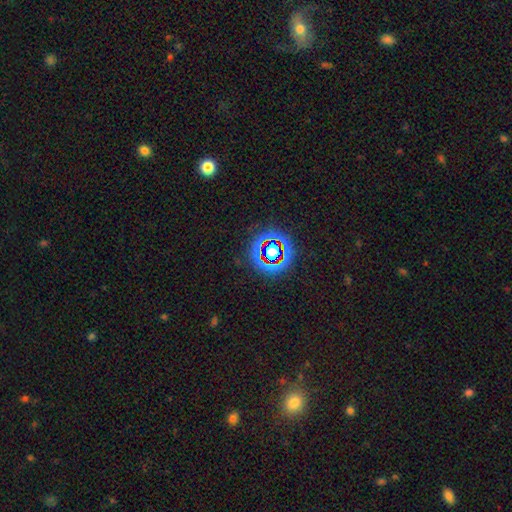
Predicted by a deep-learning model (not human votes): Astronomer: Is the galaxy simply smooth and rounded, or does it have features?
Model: star or artifact — 75%.